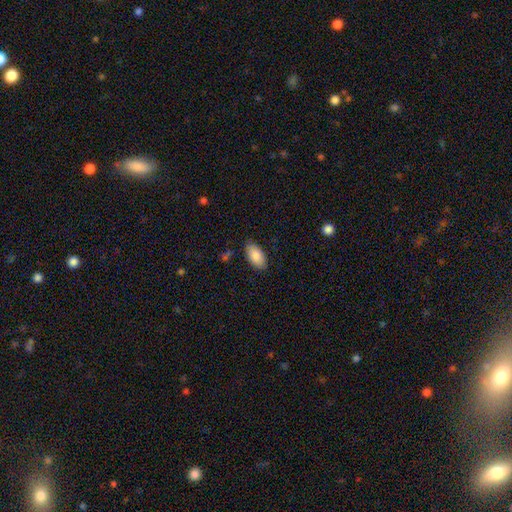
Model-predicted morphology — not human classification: smooth_or_featured: smooth (p=0.87) [alt: featured or disk p=0.07]
how_rounded: in between (p=0.94) [alt: cigar-shaped p=0.03]
merging: none (p=0.84) [alt: minor disturbance p=0.12]